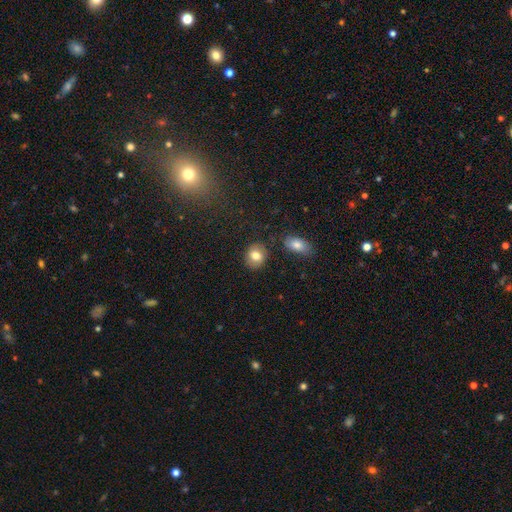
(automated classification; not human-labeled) Smooth or featured?
  - smooth: 80% *
  - featured or disk: 11%
  - star or artifact: 9%
How rounded?
  - round: 63% *
  - in between: 36%
  - cigar-shaped: 1%
Merging?
  - none: 83% *
  - minor disturbance: 10%
  - merger: 4%
  - major disturbance: 3%